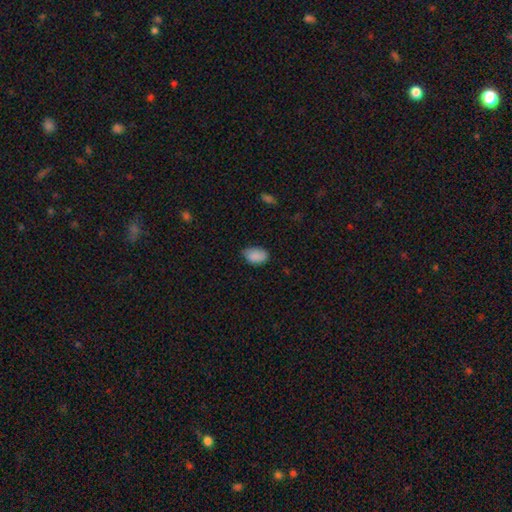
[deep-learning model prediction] This appears to be a smooth galaxy with no disk features (88%) that is in between round and cigar-shaped (92%). Merging: none (67%).